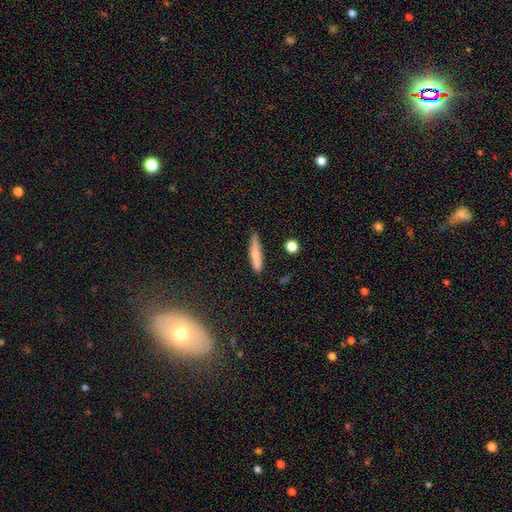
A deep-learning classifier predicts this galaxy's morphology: Smooth or featured? Predicted: smooth (p=0.77). How rounded? Predicted: cigar-shaped (p=0.86). Merging? Predicted: none (p=0.78).